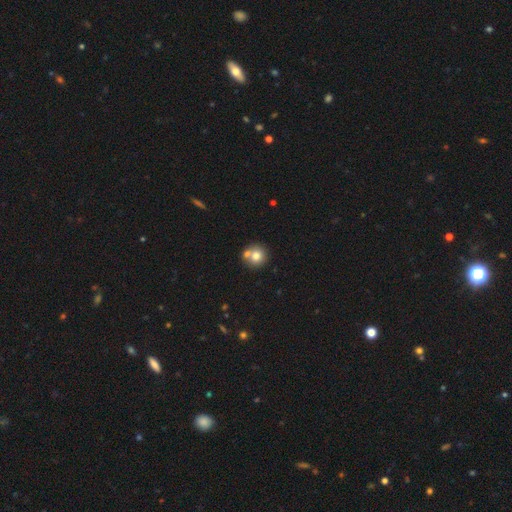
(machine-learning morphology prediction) type=smooth (75%); roundness=round (90%); merging=none (56%).